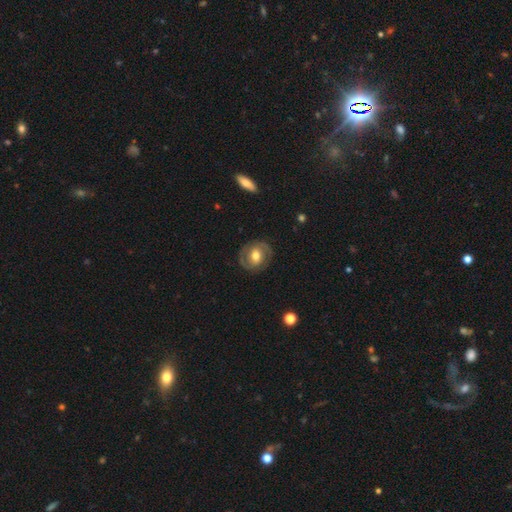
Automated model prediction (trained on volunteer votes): This appears to be a featured or disk galaxy (64%) with no bar (48%), spiral arms (74%) and a moderate central bulge (72%). Merging: none (83%).